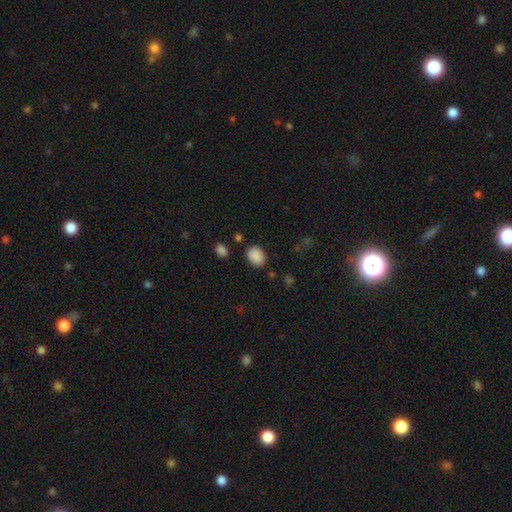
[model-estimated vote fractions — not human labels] This is clearly a smooth galaxy (88%). How rounded: likely in between (65%). Merging: likely none (80%).